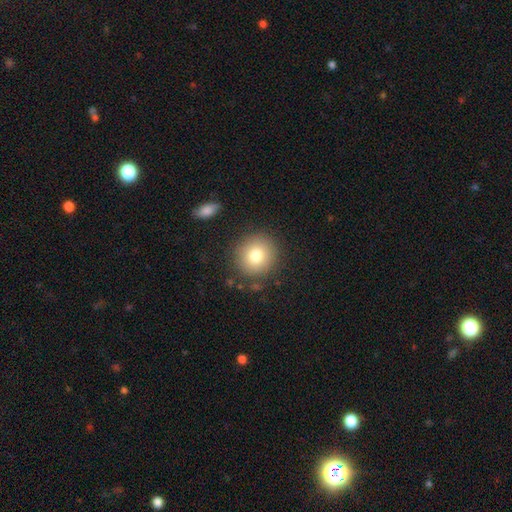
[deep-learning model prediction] Overall: smooth (79%). How rounded: round (91%). Merging: none (86%).